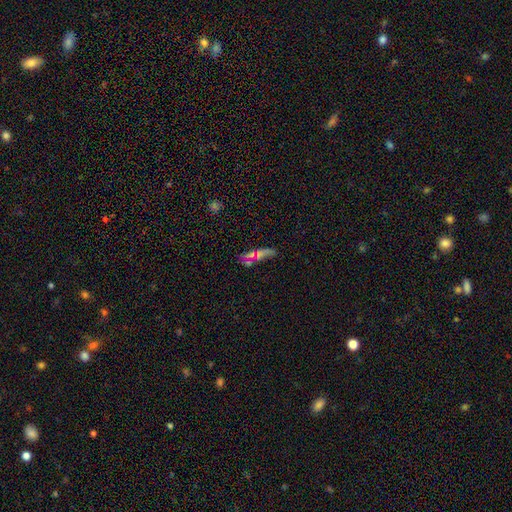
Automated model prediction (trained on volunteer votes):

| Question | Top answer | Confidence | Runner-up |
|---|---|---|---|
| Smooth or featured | smooth | 46% | featured or disk (29%) |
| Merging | none | 60% | minor disturbance (17%) |